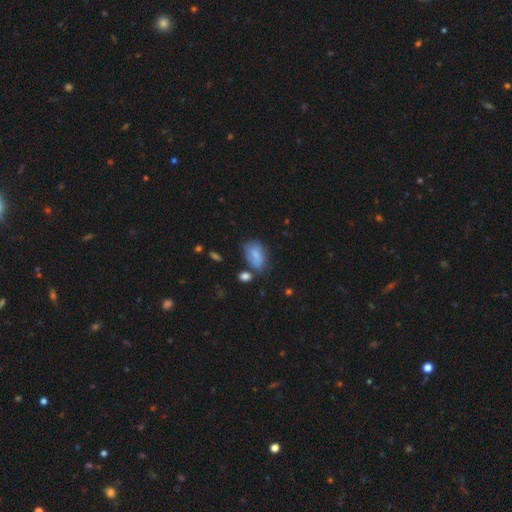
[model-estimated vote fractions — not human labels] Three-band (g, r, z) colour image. It shows a smooth galaxy with no disk features (73%) that is in between round and cigar-shaped (90%). Merging: none (51%).